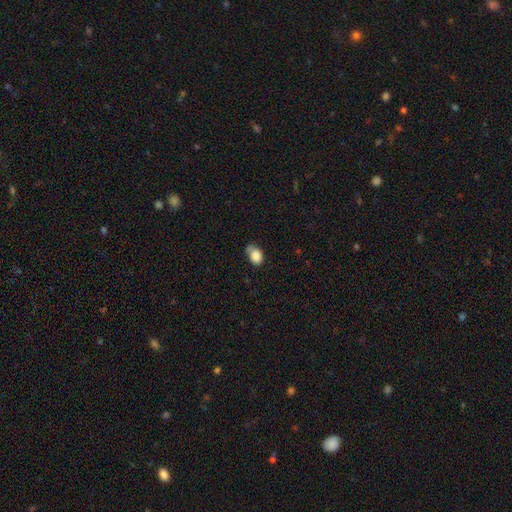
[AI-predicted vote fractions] The model was most divided on "merging": none: 49%, minor disturbance: 30%, merger: 12%, major disturbance: 9%. More confident: smooth or featured — smooth (85%); how rounded — in between (67%).